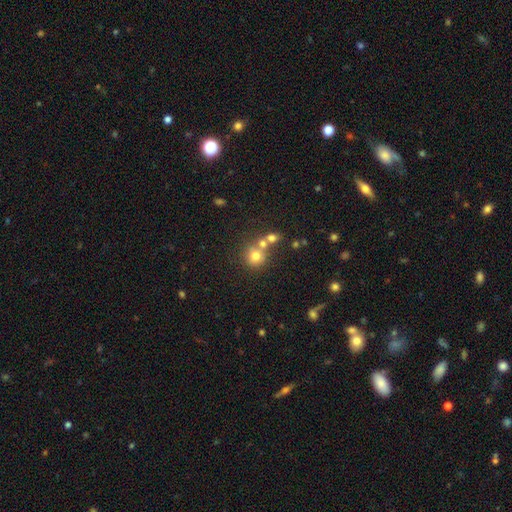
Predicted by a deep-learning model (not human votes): Smooth or featured: smooth — 71% (featured or disk — 14%)
How rounded: round — 85% (in between — 14%)
Merging: none — 47% (merger — 39%)